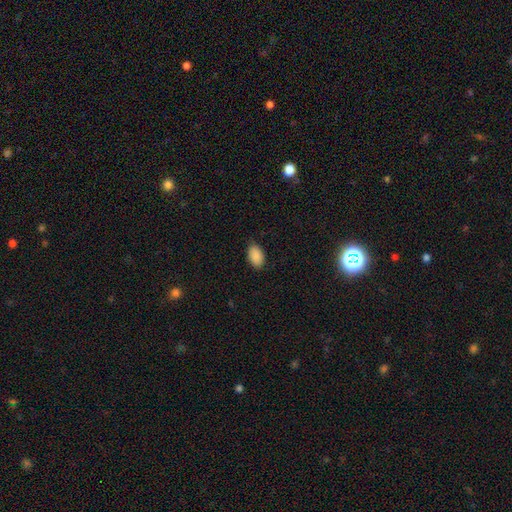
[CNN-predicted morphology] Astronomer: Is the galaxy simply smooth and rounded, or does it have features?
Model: smooth — 90%.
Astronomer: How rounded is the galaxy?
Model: in between — 93%.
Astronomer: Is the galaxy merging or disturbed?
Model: none — 85%.